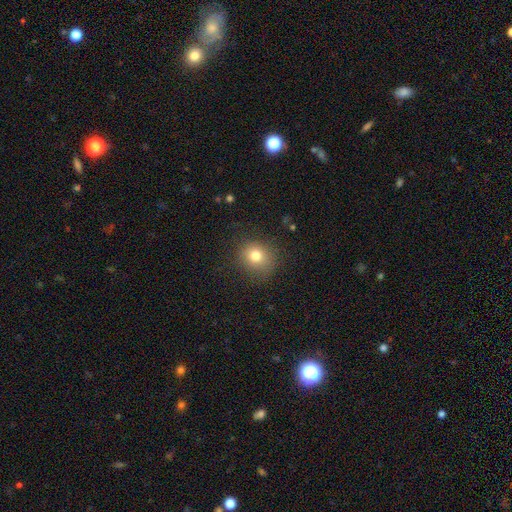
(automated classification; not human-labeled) smooth-or-featured: smooth: 77% | star or artifact: 13% | featured or disk: 9%
  how-rounded: round: 81% | in between: 18% | cigar-shaped: 1%
  merging: none: 83% | minor disturbance: 11% | major disturbance: 5% | merger: 1%